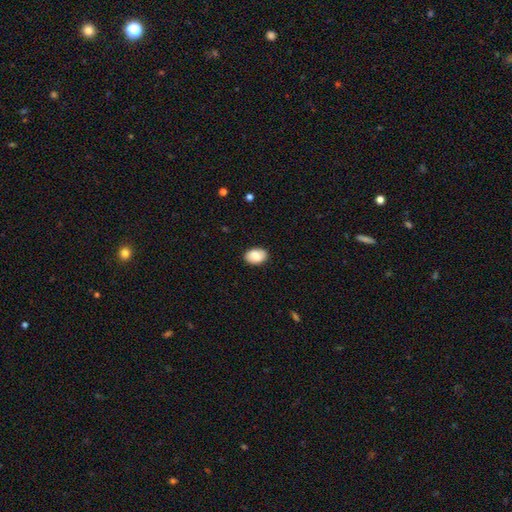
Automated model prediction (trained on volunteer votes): Smooth or featured? Predicted: smooth (p=0.82). How rounded? Predicted: in between (p=0.82). Merging? Predicted: none (p=0.86).